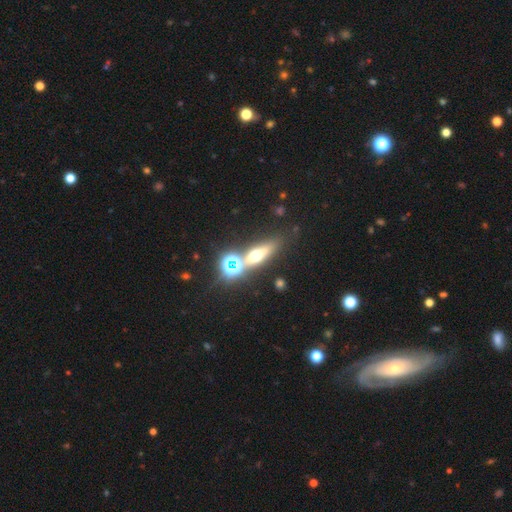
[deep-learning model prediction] smooth-or-featured: smooth: 40% | featured or disk: 32% | star or artifact: 28%
  merging: none: 69% | merger: 13% | minor disturbance: 12% | major disturbance: 6%